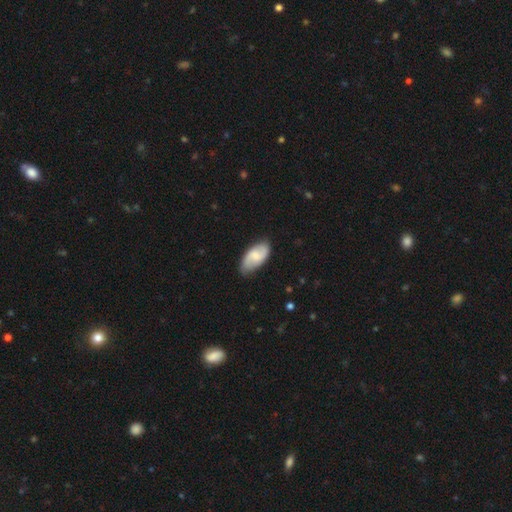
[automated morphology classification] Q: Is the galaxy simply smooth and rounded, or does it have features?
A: featured or disk — 50%.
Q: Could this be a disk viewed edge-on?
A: no — 95%.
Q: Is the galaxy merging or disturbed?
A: none — 80%.